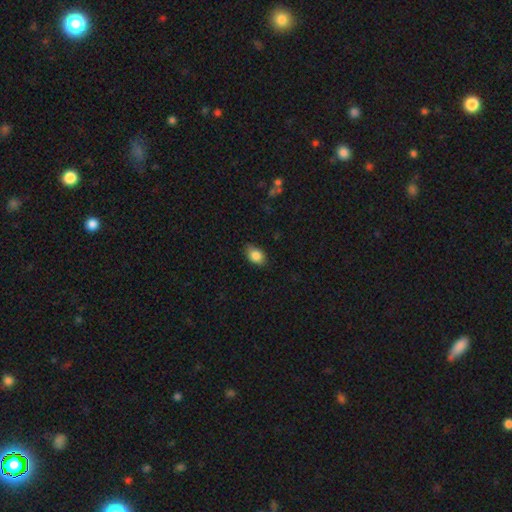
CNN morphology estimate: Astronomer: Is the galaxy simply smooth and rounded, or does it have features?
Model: smooth — 85%.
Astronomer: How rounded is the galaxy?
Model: in between — 81%.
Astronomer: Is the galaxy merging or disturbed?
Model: none — 81%.